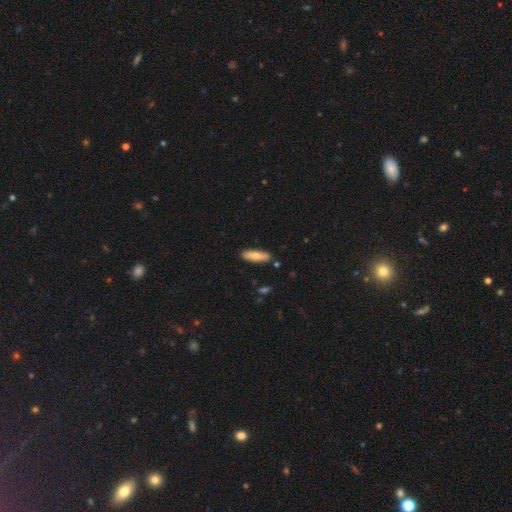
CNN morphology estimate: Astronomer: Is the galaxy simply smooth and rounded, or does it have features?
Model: smooth — 74%.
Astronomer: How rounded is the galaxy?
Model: cigar-shaped — 55% (runner-up: in between, 43%).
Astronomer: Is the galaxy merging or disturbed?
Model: none — 87%.